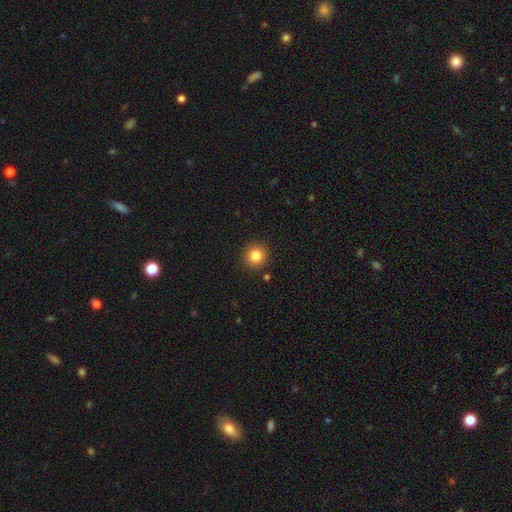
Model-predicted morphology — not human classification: type=smooth (84%); roundness=round (95%); merging=none (91%).